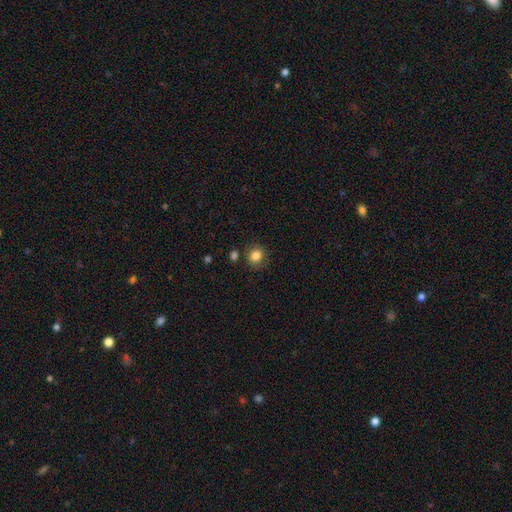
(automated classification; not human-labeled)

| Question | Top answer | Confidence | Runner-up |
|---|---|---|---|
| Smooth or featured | smooth | 84% | star or artifact (11%) |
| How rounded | round | 75% | in between (24%) |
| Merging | none | 82% | minor disturbance (11%) |